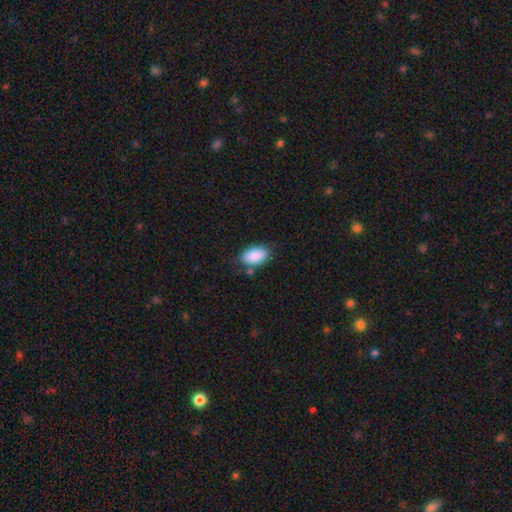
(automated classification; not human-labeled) A smooth galaxy with no disk features (88%) that is in between round and cigar-shaped (93%). Merging: none (77%).